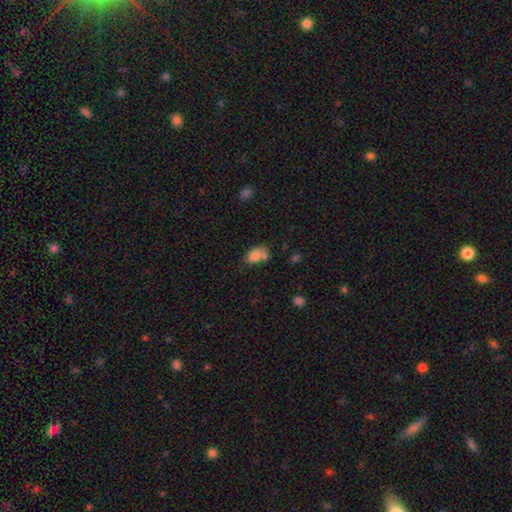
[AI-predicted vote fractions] This appears to be a smooth galaxy with no disk features (79%) that is in between round and cigar-shaped (83%). Merging: none (39%).